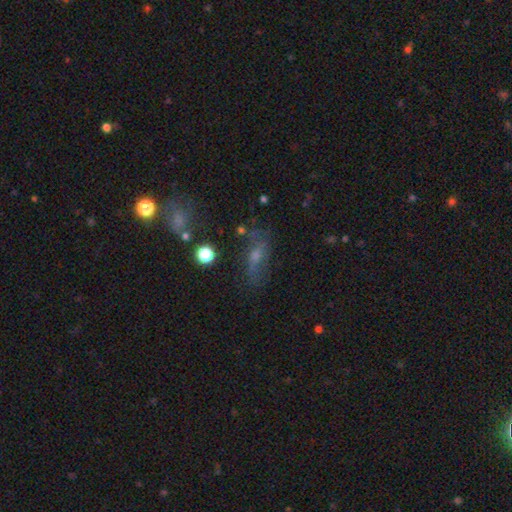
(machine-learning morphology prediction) Q: Smooth or featured?
A: smooth (39%); runner-up: featured or disk (37%)
Q: Merging?
A: none (63%); runner-up: minor disturbance (20%)